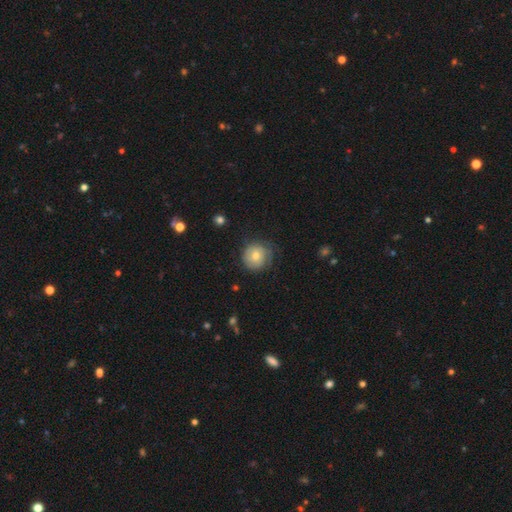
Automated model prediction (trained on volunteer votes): smooth_or_featured: smooth (p=0.59) [alt: featured or disk p=0.33]
how_rounded: round (p=0.91) [alt: in between p=0.08]
merging: none (p=0.68) [alt: minor disturbance p=0.22]